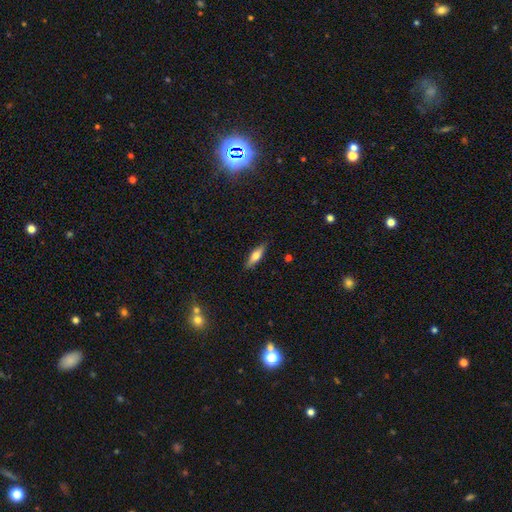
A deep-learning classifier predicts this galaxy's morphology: Smooth or featured?
  - smooth: 54% *
  - featured or disk: 40%
  - star or artifact: 7%
How rounded?
  - cigar-shaped: 61% *
  - in between: 37%
  - round: 2%
Merging?
  - none: 87% *
  - minor disturbance: 10%
  - major disturbance: 2%
  - merger: 1%